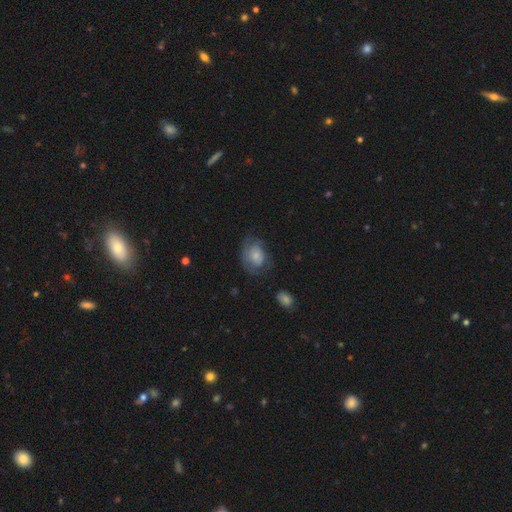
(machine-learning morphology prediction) A smooth galaxy with no disk features (59%) that is in between round and cigar-shaped (61%).

Vote fractions:
- Smooth or featured? smooth: 59% / featured or disk: 33% / star or artifact: 8%
- How rounded? in between: 61% / round: 38% / cigar-shaped: 1%
- Merging? none: 53% / minor disturbance: 27% / major disturbance: 18% / merger: 2%